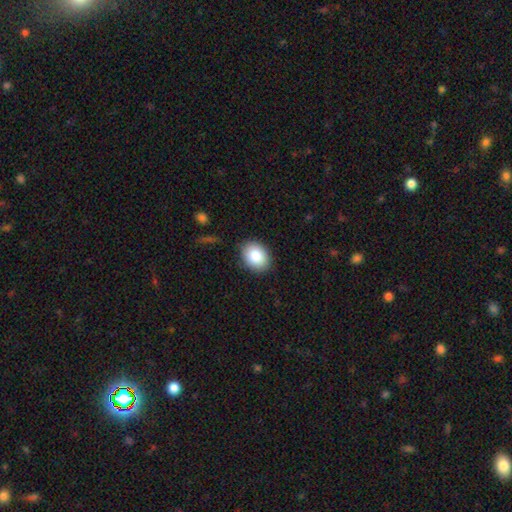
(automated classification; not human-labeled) Smooth or featured? Predicted: smooth (p=0.84). How rounded? Predicted: in between (p=0.64). Merging? Predicted: none (p=0.88).